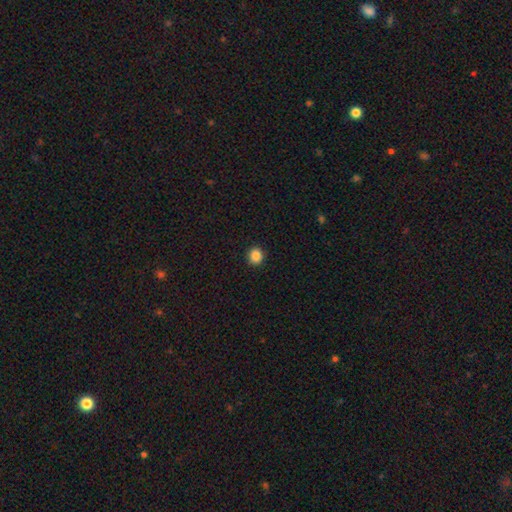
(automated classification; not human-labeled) This is clearly a smooth galaxy (87%). How rounded: clearly round (86%). Merging: clearly none (92%).